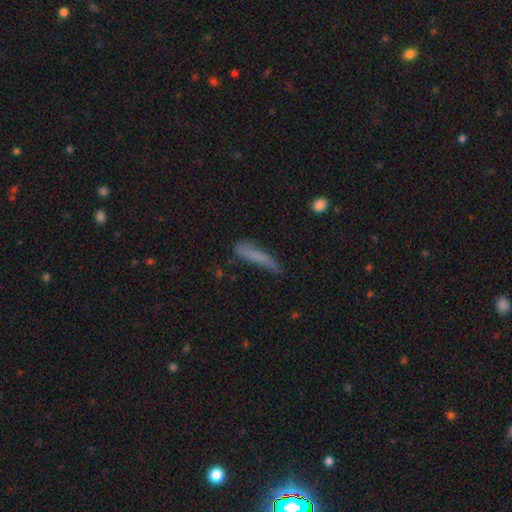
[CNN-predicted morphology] smooth_or_featured: smooth (p=0.72) [alt: featured or disk p=0.20]
how_rounded: cigar-shaped (p=0.88) [alt: in between p=0.10]
merging: none (p=0.55) [alt: minor disturbance p=0.30]